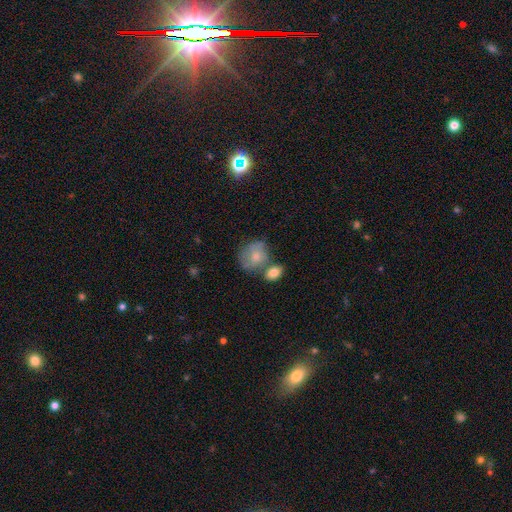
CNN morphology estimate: Smooth or featured?
  - smooth: 60% *
  - featured or disk: 32%
  - star or artifact: 7%
How rounded?
  - round: 60% *
  - in between: 39%
  - cigar-shaped: 1%
Merging?
  - none: 44% *
  - merger: 24%
  - minor disturbance: 22%
  - major disturbance: 11%